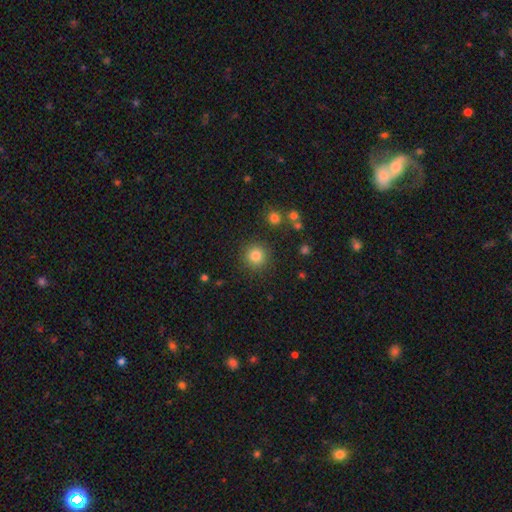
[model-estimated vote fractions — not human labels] smooth-or-featured: smooth: 83% | star or artifact: 12% | featured or disk: 6%
  how-rounded: round: 94% | in between: 5% | cigar-shaped: 1%
  merging: none: 88% | minor disturbance: 7% | major disturbance: 3% | merger: 2%